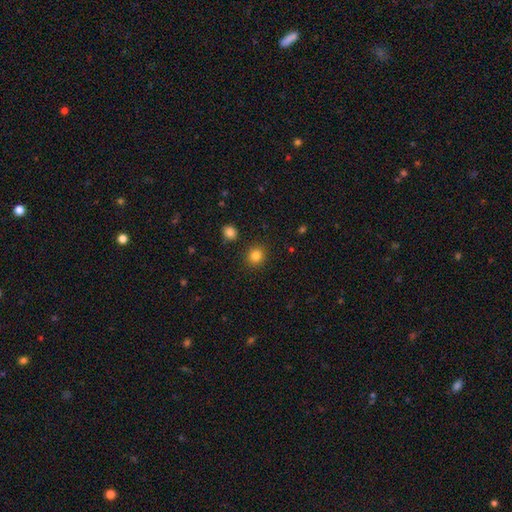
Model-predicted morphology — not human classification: Smooth or featured? Predicted: smooth (p=0.84). How rounded? Predicted: round (p=0.86). Merging? Predicted: none (p=0.89).